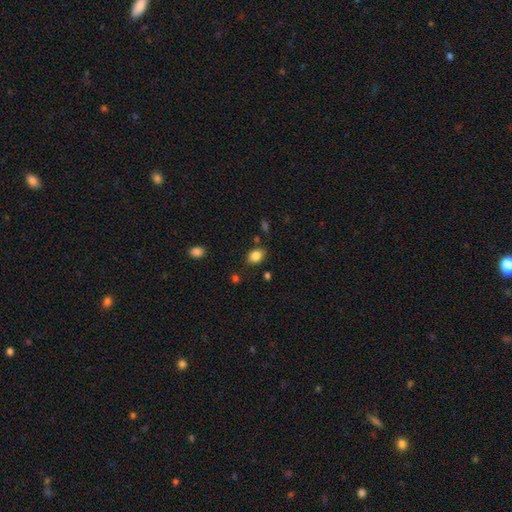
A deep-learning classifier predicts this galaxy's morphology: type=smooth (85%); roundness=in between (67%); merging=none (79%).